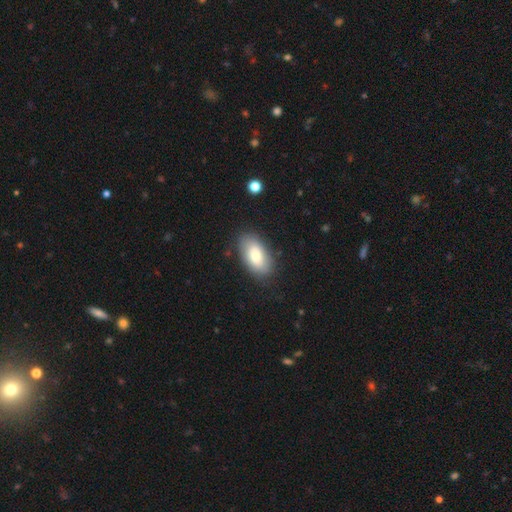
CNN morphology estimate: Q: Smooth or featured?
A: smooth (72%); runner-up: featured or disk (22%)
Q: How rounded?
A: in between (93%); runner-up: round (5%)
Q: Merging?
A: none (81%); runner-up: minor disturbance (14%)